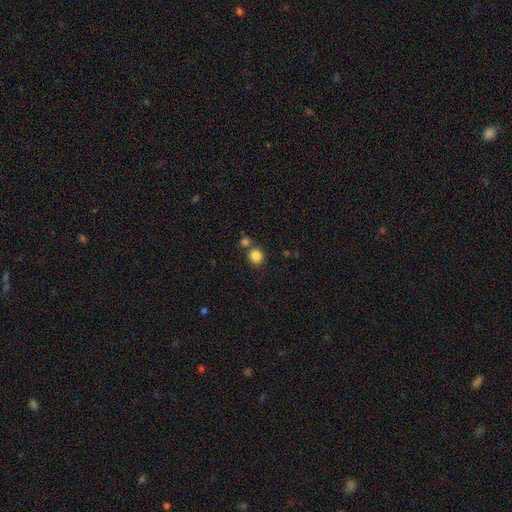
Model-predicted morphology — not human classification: Smooth or featured?
  - smooth: 84% *
  - star or artifact: 11%
  - featured or disk: 5%
How rounded?
  - round: 87% *
  - in between: 12%
  - cigar-shaped: 1%
Merging?
  - none: 72% *
  - merger: 18%
  - minor disturbance: 8%
  - major disturbance: 3%